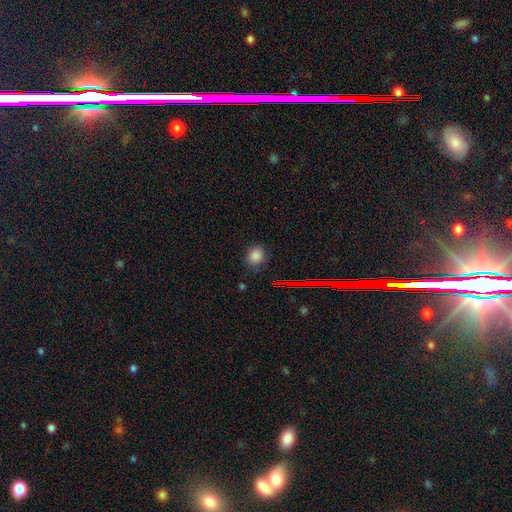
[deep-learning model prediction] This is clearly a smooth galaxy (81%). How rounded: likely round (66%). Merging: clearly none (83%).